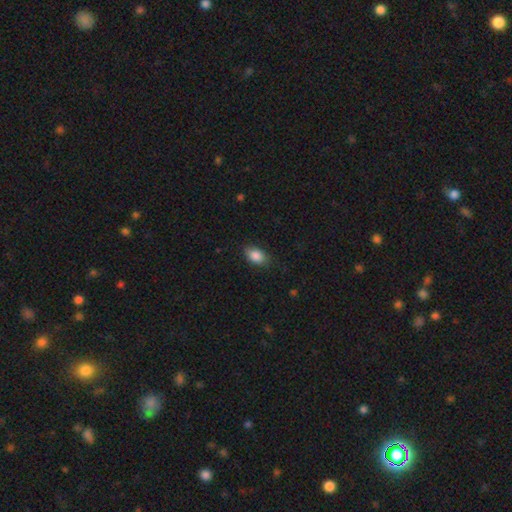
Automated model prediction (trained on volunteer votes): A smooth galaxy with no disk features (87%) that is in between round and cigar-shaped (87%). Merging: none (82%).